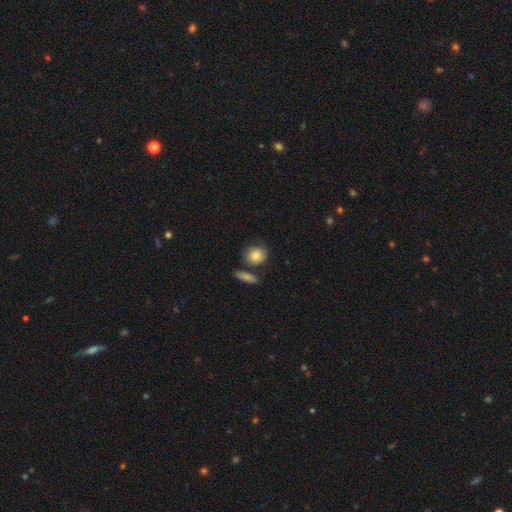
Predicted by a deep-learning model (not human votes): This appears to be a smooth galaxy with no disk features (80%) that is round (73%). Merging: none (63%).